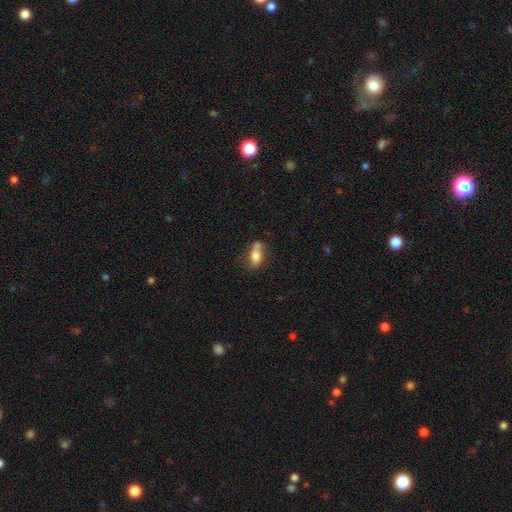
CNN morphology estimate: A smooth galaxy with no disk features (70%) that is in between round and cigar-shaped (78%).

Vote fractions:
- Smooth or featured? smooth: 70% / featured or disk: 21% / star or artifact: 9%
- How rounded? in between: 78% / cigar-shaped: 14% / round: 8%
- Merging? none: 42% / minor disturbance: 25% / merger: 21% / major disturbance: 12%